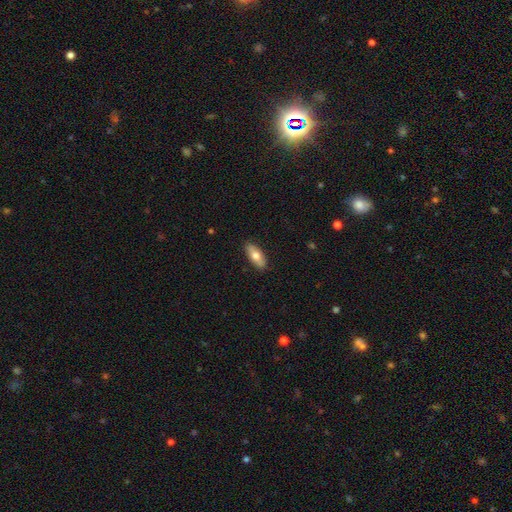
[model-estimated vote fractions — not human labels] This appears to be a smooth galaxy with no disk features (70%) that is in between round and cigar-shaped (83%). Merging: none (88%).